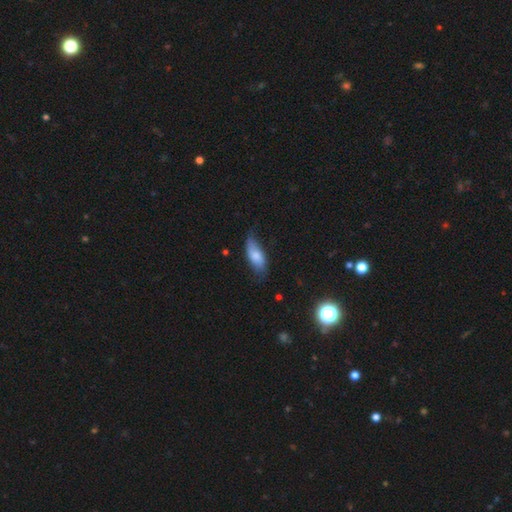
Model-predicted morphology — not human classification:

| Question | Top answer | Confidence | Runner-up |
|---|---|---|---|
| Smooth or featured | smooth | 72% | featured or disk (21%) |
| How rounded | in between | 81% | cigar-shaped (17%) |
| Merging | none | 57% | minor disturbance (33%) |